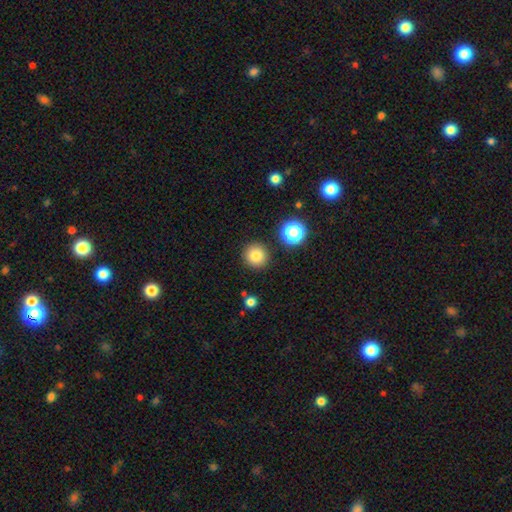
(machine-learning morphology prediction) smooth_or_featured: smooth (p=0.81) [alt: star or artifact p=0.12]
how_rounded: round (p=0.95) [alt: in between p=0.04]
merging: none (p=0.89) [alt: minor disturbance p=0.06]